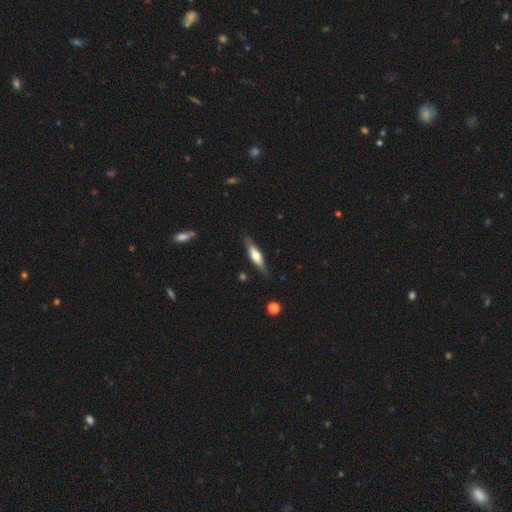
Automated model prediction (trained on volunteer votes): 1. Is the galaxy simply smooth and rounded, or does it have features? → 47% smooth (tied), 47% featured or disk (tied), 6% star or artifact.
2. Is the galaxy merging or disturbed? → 83% none, 13% minor disturbance, 3% major disturbance, 2% merger.